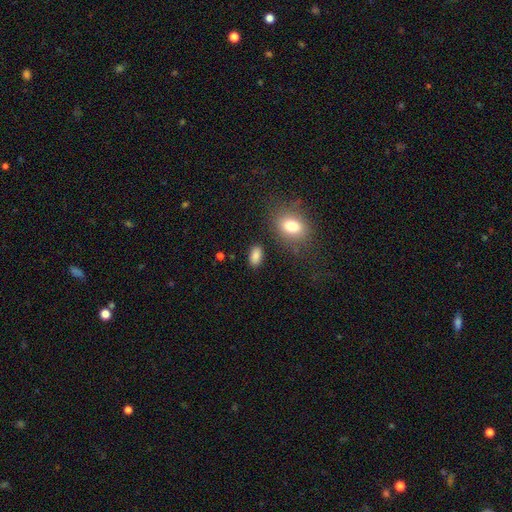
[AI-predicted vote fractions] Smooth or featured? Predicted: smooth (p=0.85). How rounded? Predicted: in between (p=0.90). Merging? Predicted: none (p=0.84).